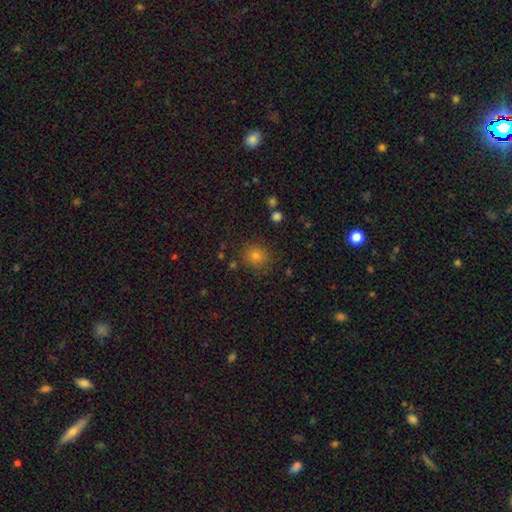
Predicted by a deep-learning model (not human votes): Smooth or featured? Predicted: smooth (p=0.73). How rounded? Predicted: round (p=0.87). Merging? Predicted: none (p=0.87).